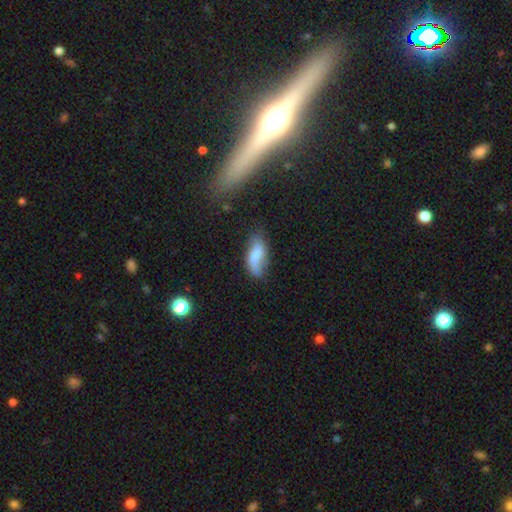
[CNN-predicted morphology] Q: Smooth or featured?
A: smooth (65%); runner-up: featured or disk (28%)
Q: How rounded?
A: in between (81%); runner-up: cigar-shaped (16%)
Q: Merging?
A: none (54%); runner-up: minor disturbance (30%)